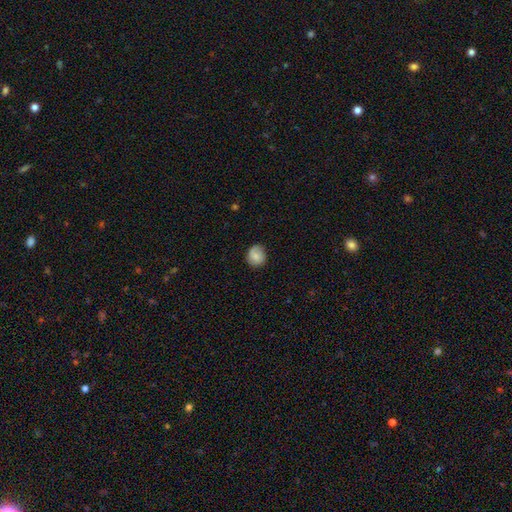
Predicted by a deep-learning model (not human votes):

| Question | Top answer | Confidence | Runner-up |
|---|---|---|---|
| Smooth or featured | smooth | 79% | featured or disk (13%) |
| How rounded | round | 79% | in between (20%) |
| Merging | none | 77% | minor disturbance (19%) |